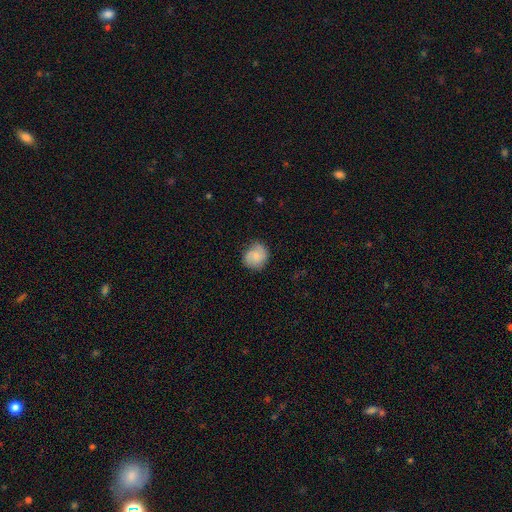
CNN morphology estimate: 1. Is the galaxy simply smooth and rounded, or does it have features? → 76% smooth, 16% featured or disk, 8% star or artifact.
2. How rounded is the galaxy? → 77% round, 22% in between, 1% cigar-shaped.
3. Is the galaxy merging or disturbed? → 68% none, 25% minor disturbance, 6% major disturbance, 1% merger.